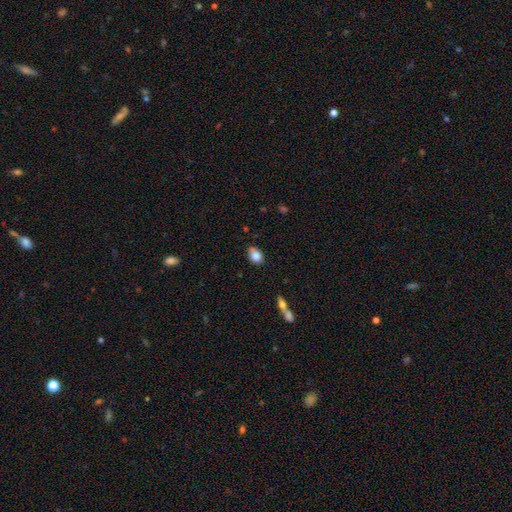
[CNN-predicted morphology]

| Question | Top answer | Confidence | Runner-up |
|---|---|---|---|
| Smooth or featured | smooth | 83% | star or artifact (9%) |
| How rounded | in between | 72% | round (26%) |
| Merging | none | 66% | minor disturbance (26%) |